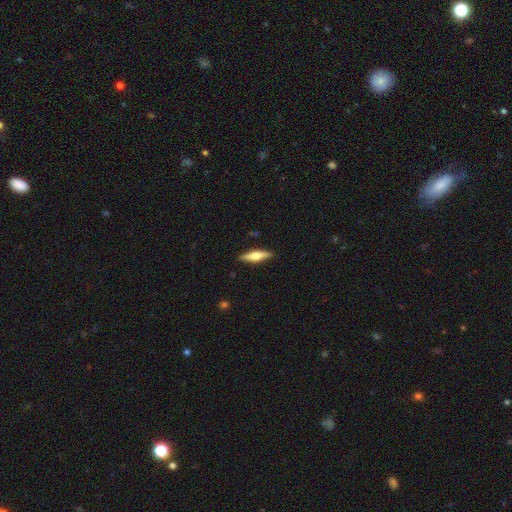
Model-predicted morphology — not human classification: Smooth or featured: featured or disk — 48% (smooth — 46%)
Merging: none — 89% (minor disturbance — 8%)